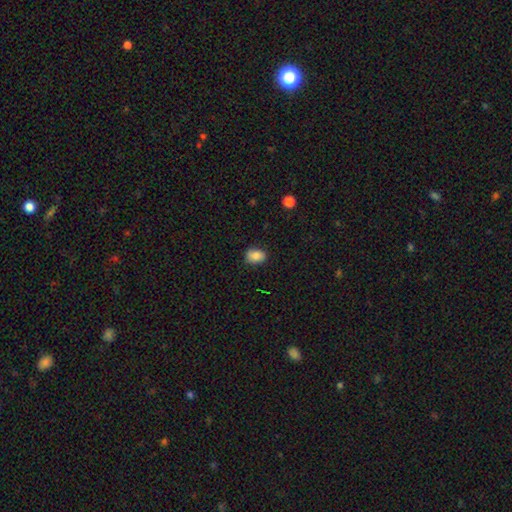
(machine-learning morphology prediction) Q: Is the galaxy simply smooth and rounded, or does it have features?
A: smooth — 83%.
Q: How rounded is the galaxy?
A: in between — 71%.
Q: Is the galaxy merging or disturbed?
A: none — 84%.